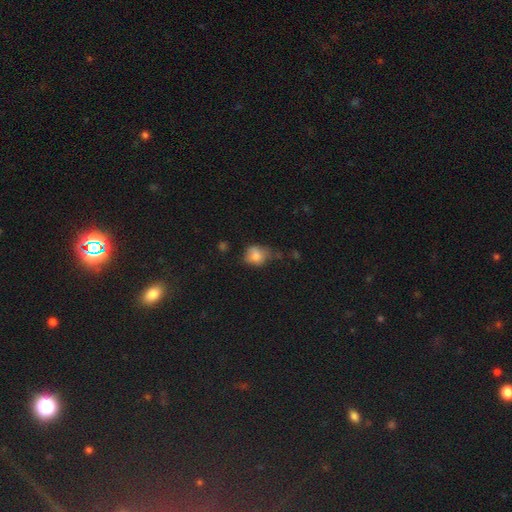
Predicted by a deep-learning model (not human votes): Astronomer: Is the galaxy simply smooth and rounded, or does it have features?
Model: smooth — 76%.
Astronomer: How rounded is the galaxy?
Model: round — 59% (runner-up: in between, 40%).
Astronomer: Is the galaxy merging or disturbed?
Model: none — 46% (runner-up: minor disturbance, 35%).